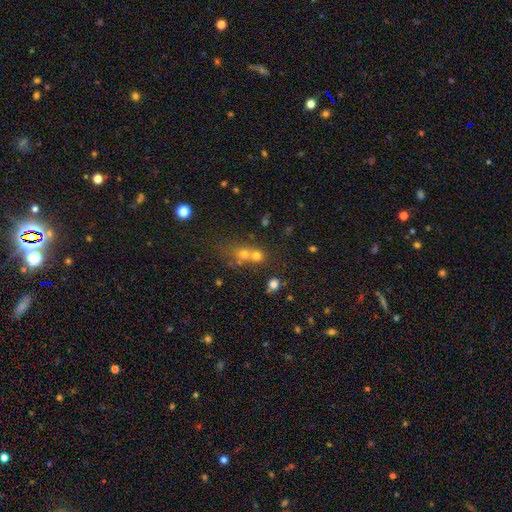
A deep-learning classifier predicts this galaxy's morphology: smooth-or-featured: smooth: 59% | star or artifact: 24% | featured or disk: 17%
  how-rounded: round: 77% | in between: 21% | cigar-shaped: 2%
  merging: merger: 53% | none: 36% | minor disturbance: 7% | major disturbance: 4%